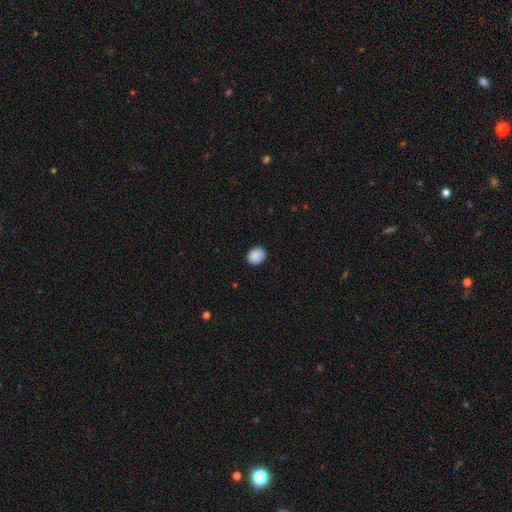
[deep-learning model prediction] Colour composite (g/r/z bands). It shows a smooth galaxy with no disk features (89%) that is round (59%). Merging: none (88%).